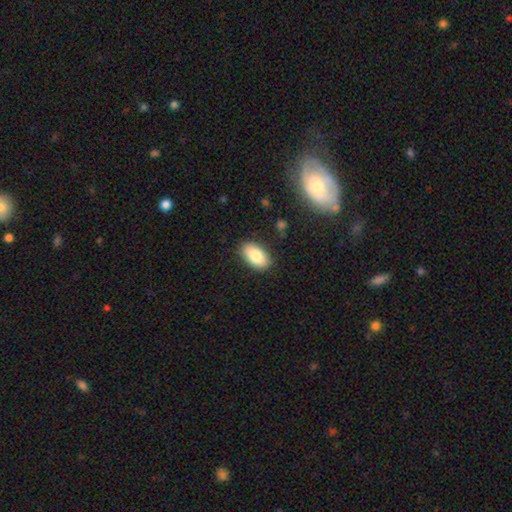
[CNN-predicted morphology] Smooth or featured: smooth — 83% (featured or disk — 10%)
How rounded: in between — 93% (round — 4%)
Merging: none — 86% (minor disturbance — 10%)